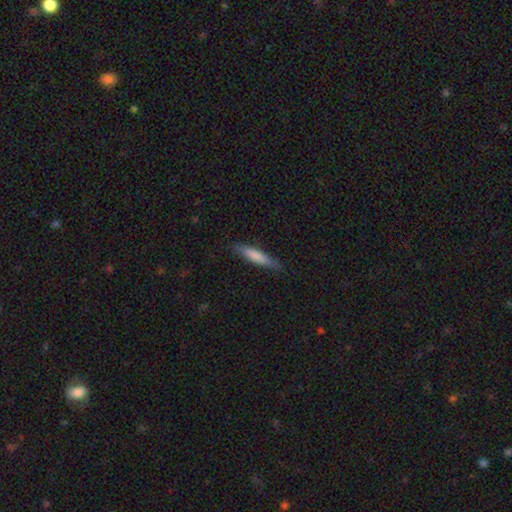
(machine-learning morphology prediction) type=smooth (73%); roundness=cigar-shaped (87%); merging=none (83%).